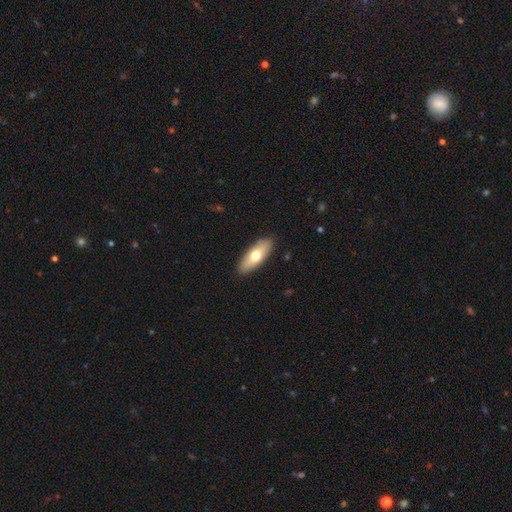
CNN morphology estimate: Overall: smooth (64%; featured or disk 30%). How rounded: in between (69%). Merging: none (89%).